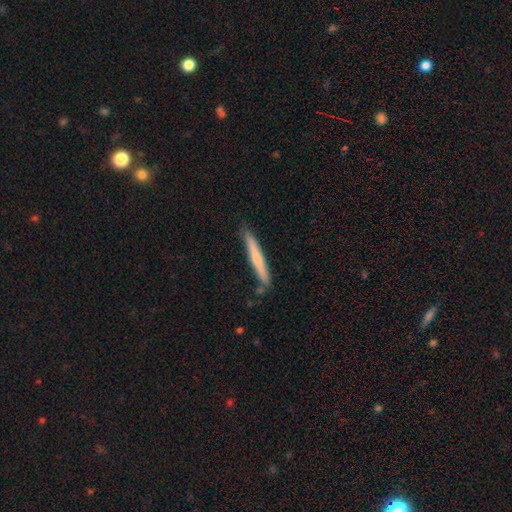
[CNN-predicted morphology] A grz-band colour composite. It shows a featured or disk galaxy (50%). Merging: none (71%).